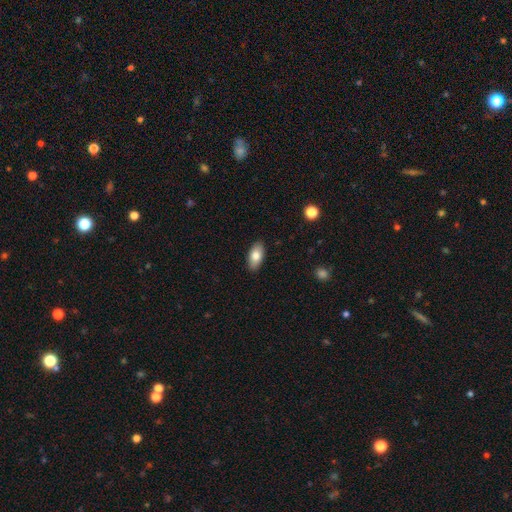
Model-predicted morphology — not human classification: Smooth or featured? Predicted: smooth (p=0.81). How rounded? Predicted: in between (p=0.92). Merging? Predicted: none (p=0.88).